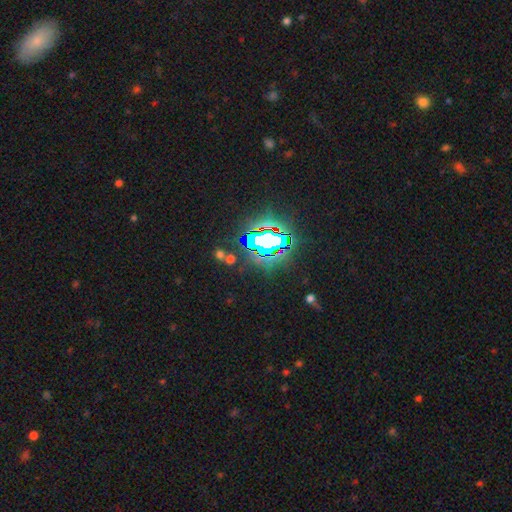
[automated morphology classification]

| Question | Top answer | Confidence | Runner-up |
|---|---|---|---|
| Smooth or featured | star or artifact | 85% | smooth (9%) |